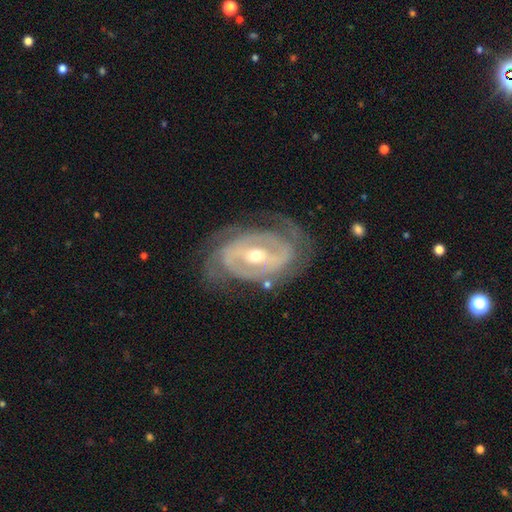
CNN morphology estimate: Smooth or featured? featured or disk (90%)
Edge-on disk? no (96%)
Bar? strong (49%)
Spiral arms? yes (95%)
Spiral winding? tight (62%)
Spiral arm count? 2 (48%)
Bulge size? moderate (58%)
Merging? none (72%)